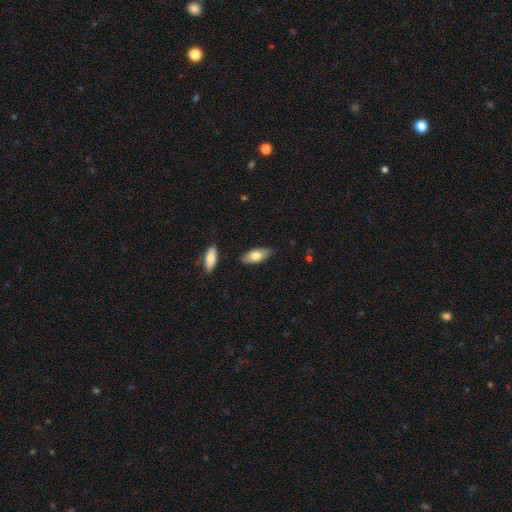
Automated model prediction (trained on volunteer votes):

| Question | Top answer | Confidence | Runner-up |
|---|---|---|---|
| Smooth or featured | smooth | 73% | featured or disk (21%) |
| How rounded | in between | 81% | cigar-shaped (16%) |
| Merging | none | 79% | minor disturbance (16%) |